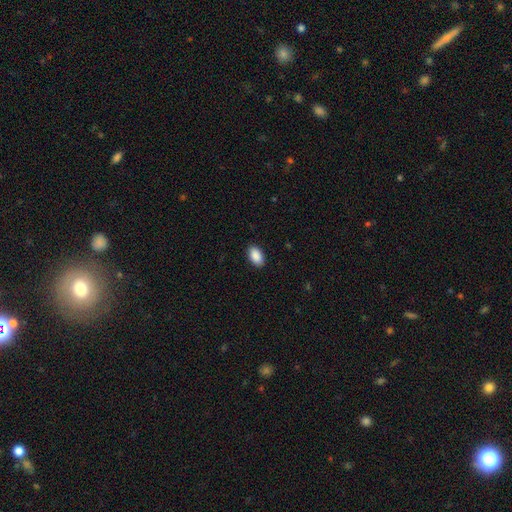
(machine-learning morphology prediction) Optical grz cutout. It shows a smooth galaxy with no disk features (90%) that is in between round and cigar-shaped (93%). Merging: none (89%).